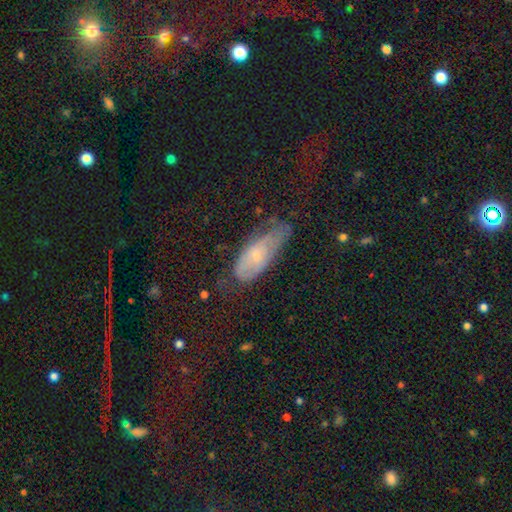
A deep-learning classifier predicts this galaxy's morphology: The model was most divided on "merging": none: 46%, minor disturbance: 34%, major disturbance: 17%, merger: 3%. Remaining: smooth or featured — smooth (48%).